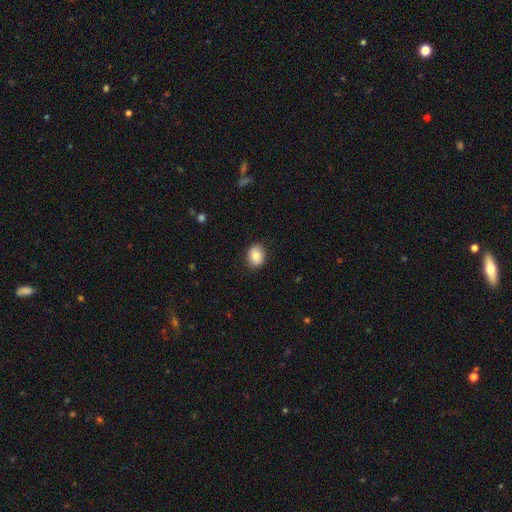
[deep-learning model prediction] A smooth galaxy with no disk features (81%) that is in between round and cigar-shaped (54%).

Vote fractions:
- Smooth or featured? smooth: 81% / featured or disk: 11% / star or artifact: 8%
- How rounded? in between: 54% / round: 45% / cigar-shaped: 1%
- Merging? none: 87% / minor disturbance: 10% / major disturbance: 2% / merger: 1%